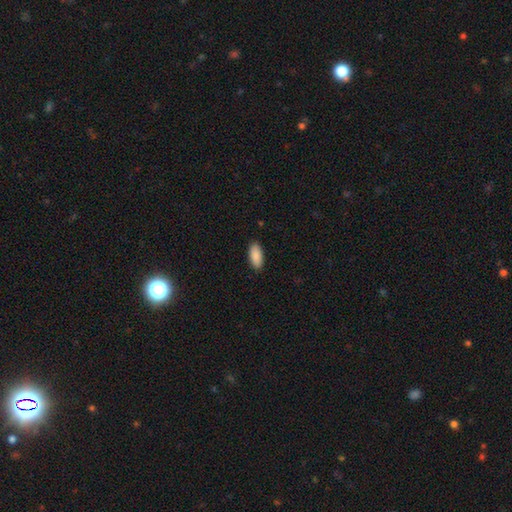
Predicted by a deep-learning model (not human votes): The model was most divided on "merging": none: 89%, minor disturbance: 8%, major disturbance: 2%, merger: 1%. More confident: smooth or featured — smooth (90%); how rounded — in between (90%).